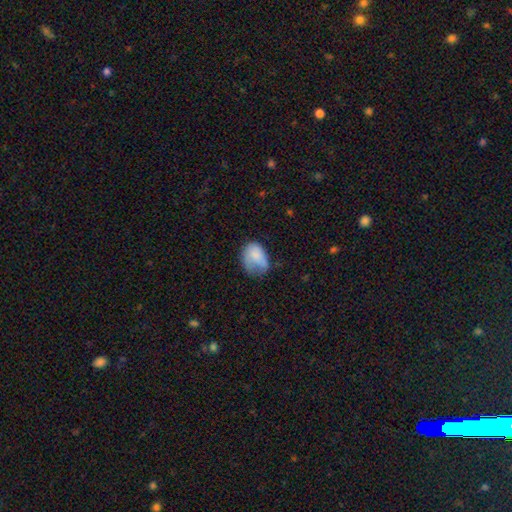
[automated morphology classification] smooth_or_featured: smooth (p=0.75) [alt: featured or disk p=0.17]
how_rounded: in between (p=0.71) [alt: round p=0.28]
merging: minor disturbance (p=0.38) [alt: none p=0.31]